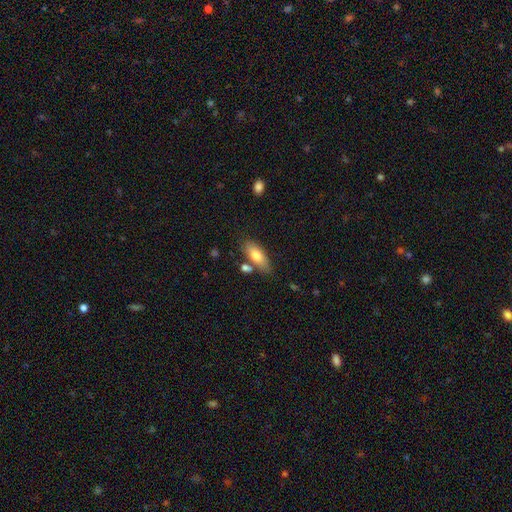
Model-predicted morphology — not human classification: This appears to be a smooth galaxy with no disk features (77%) that is in between round and cigar-shaped (77%). Merging: none (70%).